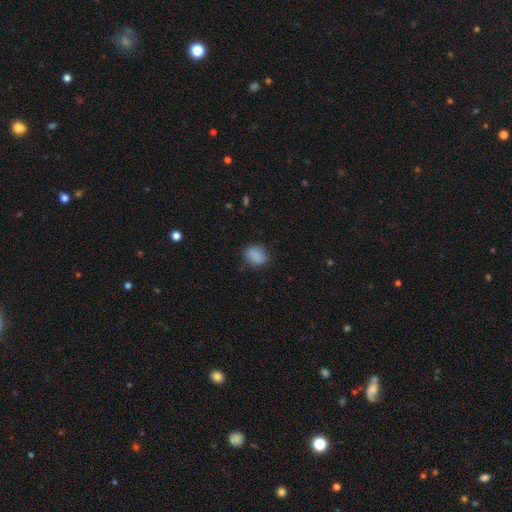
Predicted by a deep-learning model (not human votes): smooth_or_featured: smooth (p=0.87) [alt: star or artifact p=0.09]
how_rounded: round (p=0.56) [alt: in between p=0.42]
merging: none (p=0.82) [alt: minor disturbance p=0.13]